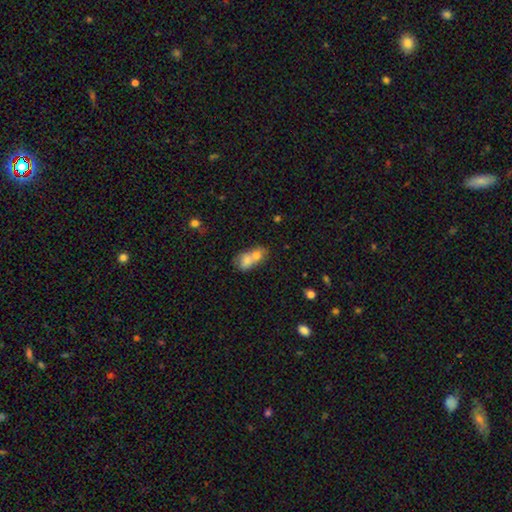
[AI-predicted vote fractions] smooth-or-featured: smooth: 72% | featured or disk: 19% | star or artifact: 9%
  how-rounded: in between: 66% | round: 32% | cigar-shaped: 3%
  merging: merger: 73% | none: 17% | minor disturbance: 6% | major disturbance: 4%